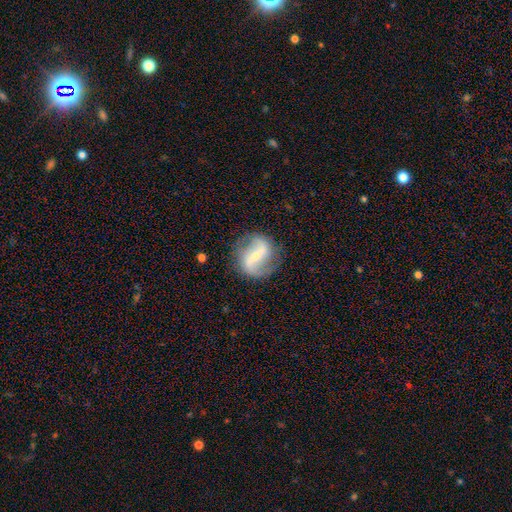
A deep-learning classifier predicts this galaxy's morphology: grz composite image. It shows a featured or disk galaxy (78%) with a strong bar (52%), 2 (87%) loose (53%) spiral arms (89%) and a small central bulge (60%). Merging: none (77%).